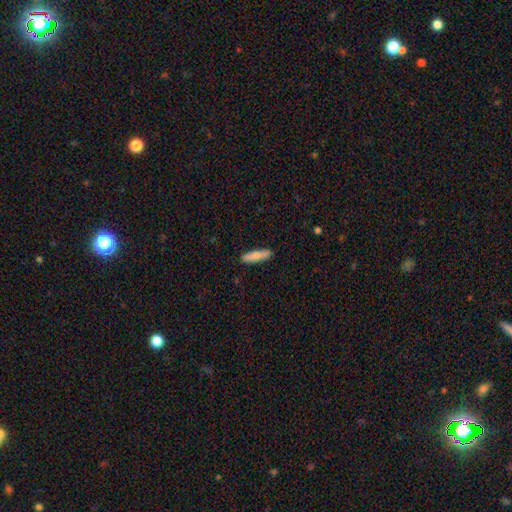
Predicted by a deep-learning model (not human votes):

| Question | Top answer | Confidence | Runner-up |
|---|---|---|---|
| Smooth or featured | smooth | 84% | featured or disk (10%) |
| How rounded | cigar-shaped | 76% | in between (22%) |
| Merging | none | 89% | minor disturbance (8%) |